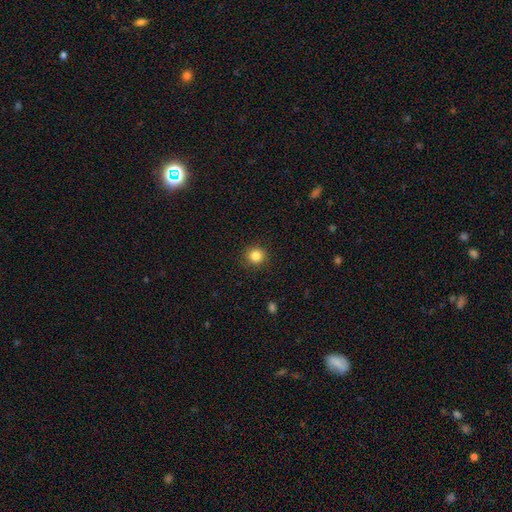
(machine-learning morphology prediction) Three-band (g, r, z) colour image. It shows a smooth galaxy with no disk features (84%) that is round (91%). Merging: none (90%).